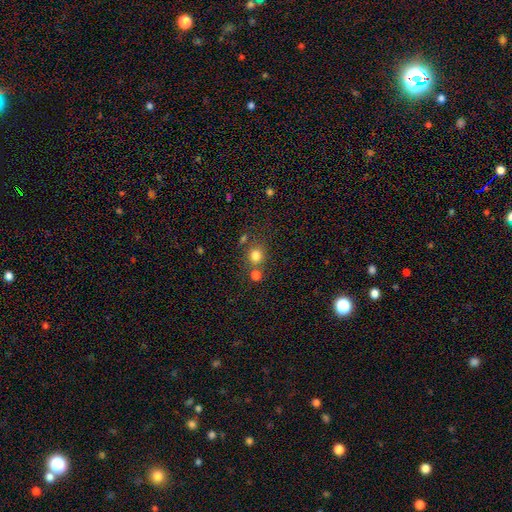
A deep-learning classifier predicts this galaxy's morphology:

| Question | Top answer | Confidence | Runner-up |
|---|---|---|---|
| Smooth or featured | smooth | 79% | star or artifact (14%) |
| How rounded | round | 81% | in between (18%) |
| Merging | none | 66% | merger (20%) |